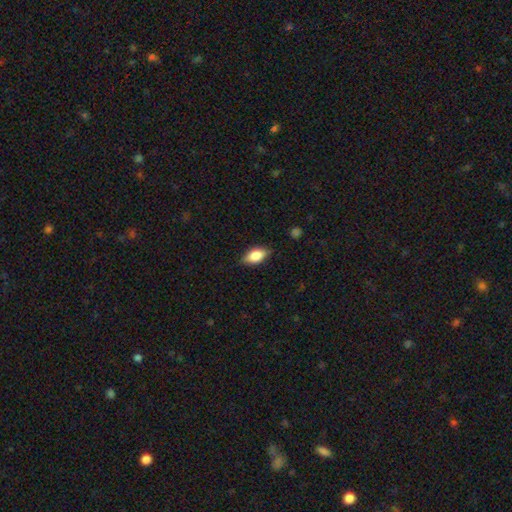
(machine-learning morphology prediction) Smooth or featured: smooth — 78% (featured or disk — 15%)
How rounded: in between — 88% (cigar-shaped — 7%)
Merging: none — 81% (minor disturbance — 15%)